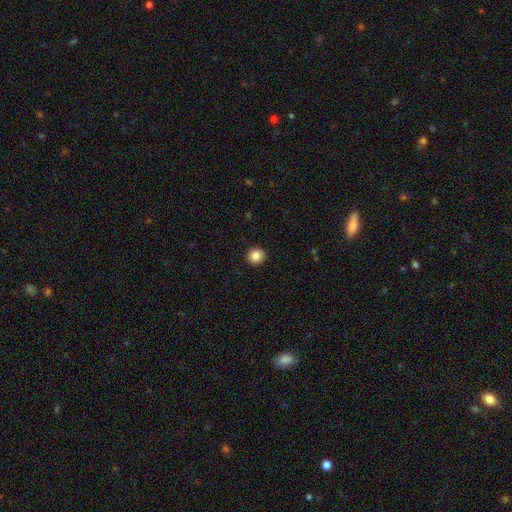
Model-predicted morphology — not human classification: Smooth or featured? smooth (85%)
How rounded? round (93%)
Merging? none (93%)